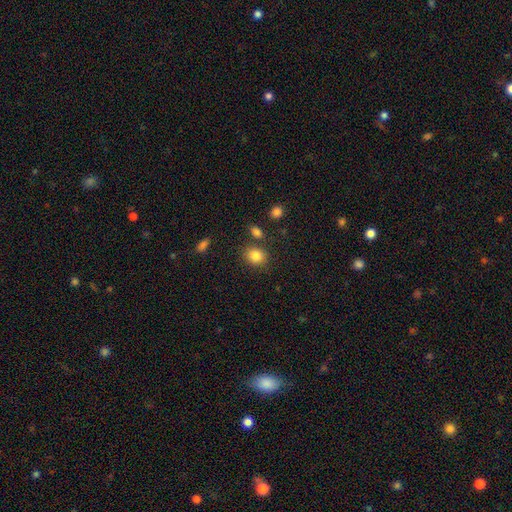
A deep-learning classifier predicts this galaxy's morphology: A smooth galaxy with no disk features (84%) that is round (64%). Merging: none (79%).